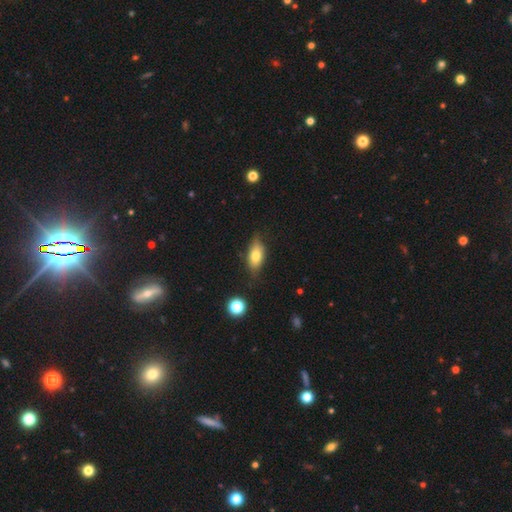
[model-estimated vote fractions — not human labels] Smooth or featured: smooth — 73% (featured or disk — 19%)
How rounded: in between — 84% (cigar-shaped — 10%)
Merging: none — 73% (minor disturbance — 21%)